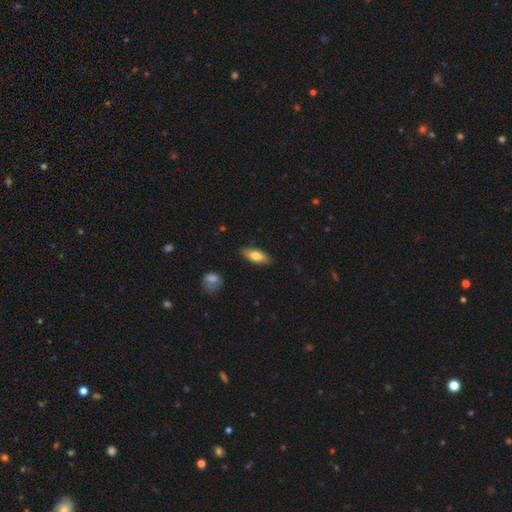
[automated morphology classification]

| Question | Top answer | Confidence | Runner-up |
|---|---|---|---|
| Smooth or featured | smooth | 75% | featured or disk (19%) |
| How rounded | in between | 77% | cigar-shaped (21%) |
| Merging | none | 86% | minor disturbance (11%) |